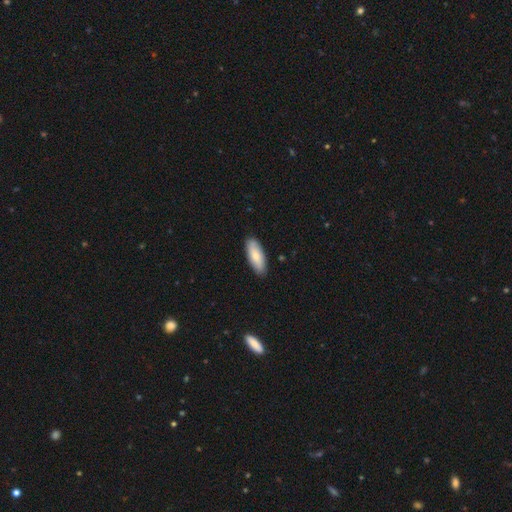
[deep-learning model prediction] Smooth or featured? Predicted: smooth (p=0.80). How rounded? Predicted: in between (p=0.74). Merging? Predicted: none (p=0.88).